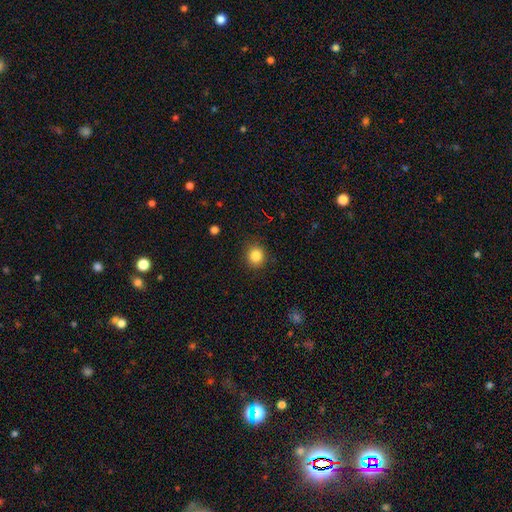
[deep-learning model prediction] A smooth galaxy with no disk features (85%) that is round (88%).

Vote fractions:
- Smooth or featured? smooth: 85% / star or artifact: 11% / featured or disk: 5%
- How rounded? round: 88% / in between: 11% / cigar-shaped: 1%
- Merging? none: 89% / minor disturbance: 7% / major disturbance: 2% / merger: 1%